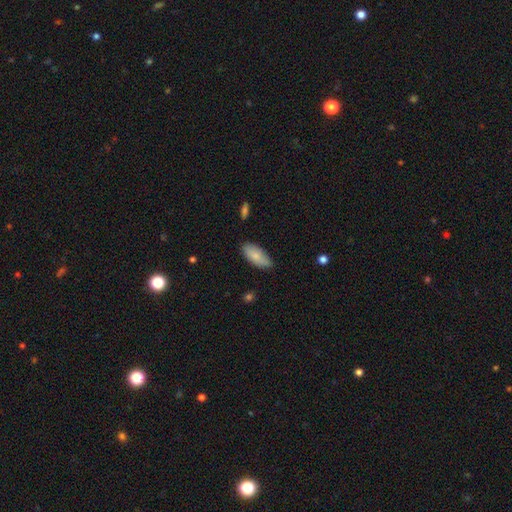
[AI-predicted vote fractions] A smooth galaxy with no disk features (82%) that is in between round and cigar-shaped (88%). Merging: none (79%).